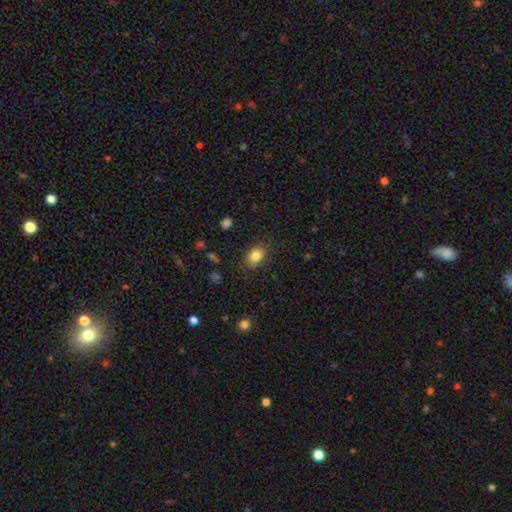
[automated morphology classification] This is clearly a smooth galaxy (83%). How rounded: likely in between (74%). Merging: clearly none (83%).